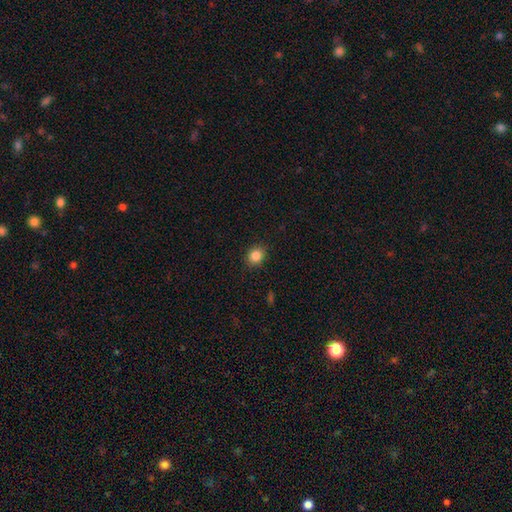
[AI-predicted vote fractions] Morphology: type=smooth (85%); roundness=round (68%); merging=none (90%).